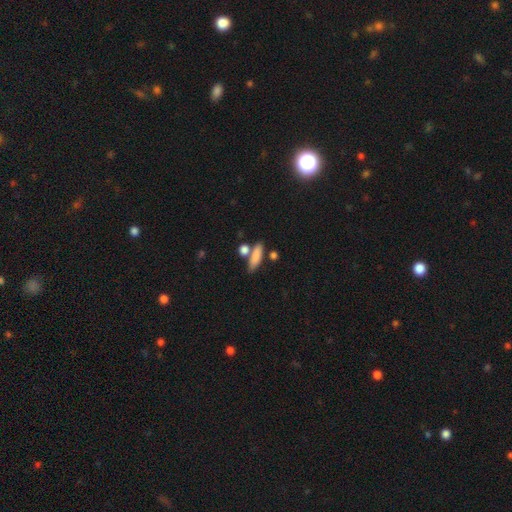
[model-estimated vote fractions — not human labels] Smooth or featured? Predicted: smooth (p=0.82). How rounded? Predicted: cigar-shaped (p=0.50). Merging? Predicted: none (p=0.63).